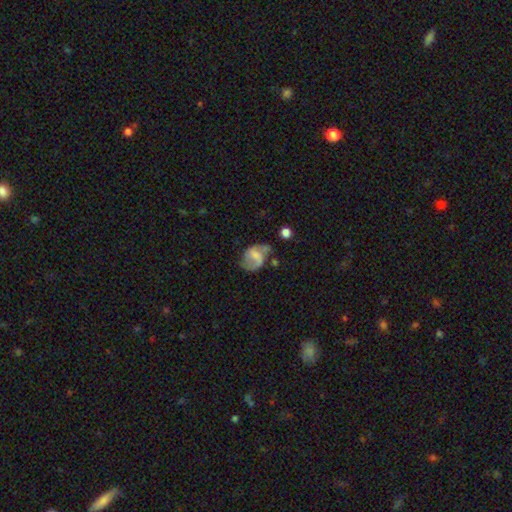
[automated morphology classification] Smooth or featured: featured or disk — 56% (smooth — 35%)
Edge-on disk: no — 97% (yes — 3%)
Bar: weak — 46% (no — 34%)
Spiral arms: yes — 76% (no — 24%)
Bulge size: none — 35% (small — 29%)
Merging: none — 39% (minor disturbance — 29%)